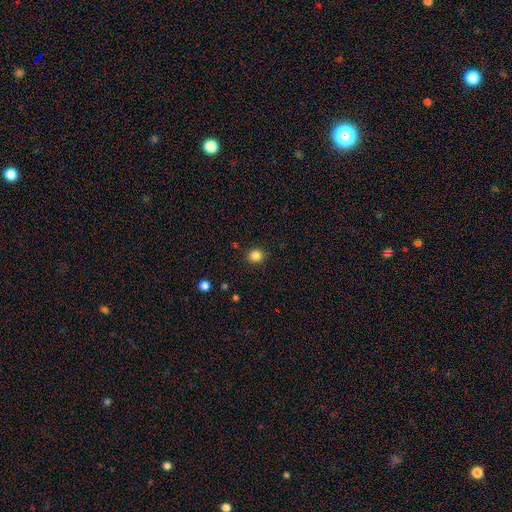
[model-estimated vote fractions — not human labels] Smooth or featured: smooth — 84% (star or artifact — 12%)
How rounded: round — 88% (in between — 11%)
Merging: none — 91% (minor disturbance — 6%)